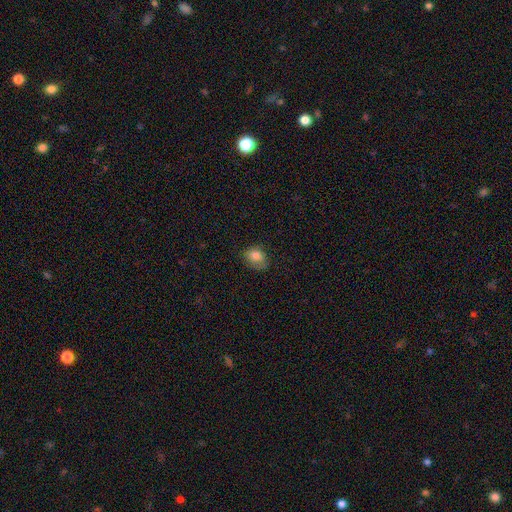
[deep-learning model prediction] Overall: smooth (81%). How rounded: in between (61%; round 38%). Merging: none (59%; minor disturbance 29%).